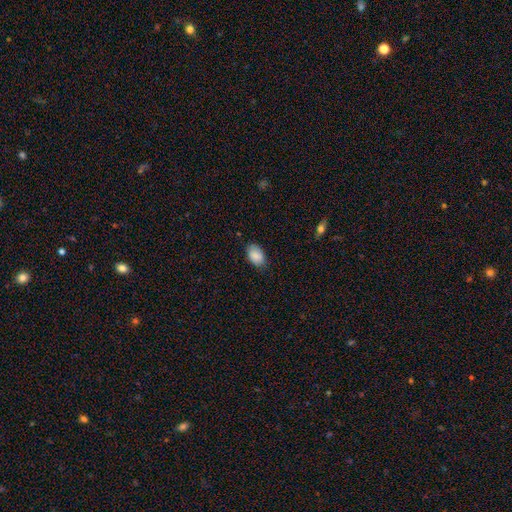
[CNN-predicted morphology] The model was most divided on "merging": none: 79%, minor disturbance: 17%, major disturbance: 3%, merger: 1%. More confident: how rounded — in between (90%); smooth or featured — smooth (86%).